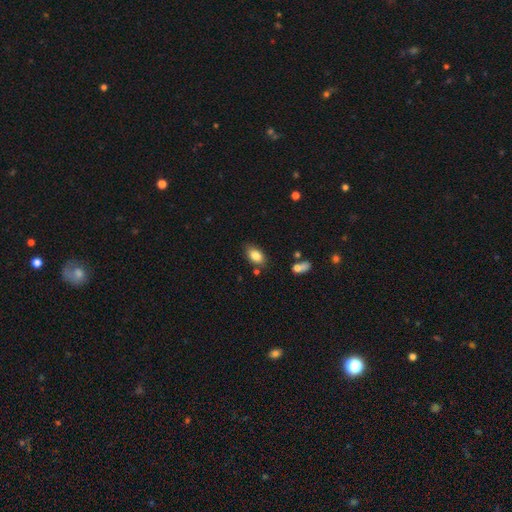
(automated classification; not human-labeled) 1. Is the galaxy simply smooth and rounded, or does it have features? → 84% smooth, 8% star or artifact, 8% featured or disk.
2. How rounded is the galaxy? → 89% in between, 9% round, 2% cigar-shaped.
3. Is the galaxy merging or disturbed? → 78% none, 14% minor disturbance, 5% merger, 3% major disturbance.